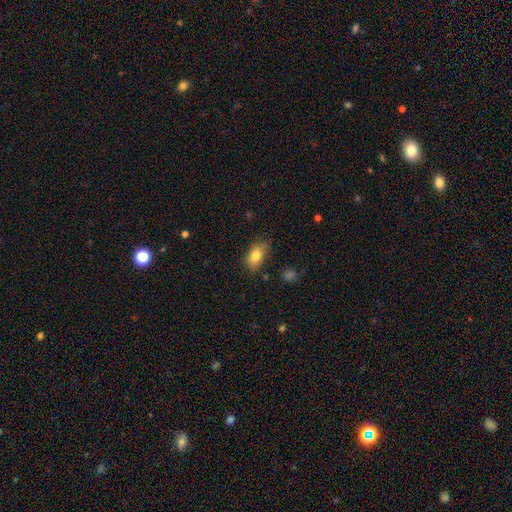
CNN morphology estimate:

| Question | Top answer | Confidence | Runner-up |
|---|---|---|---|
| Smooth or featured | smooth | 81% | featured or disk (11%) |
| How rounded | in between | 87% | round (11%) |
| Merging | none | 74% | minor disturbance (20%) |